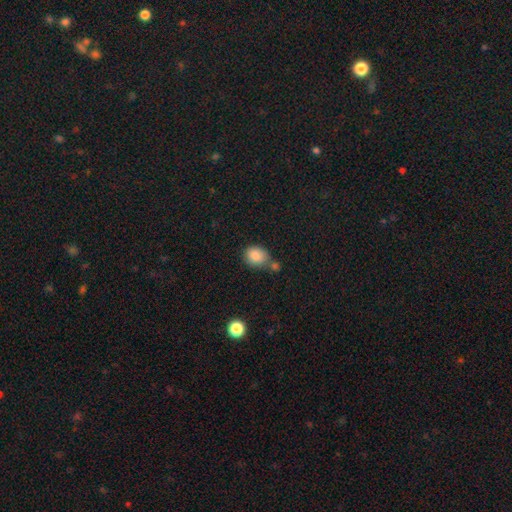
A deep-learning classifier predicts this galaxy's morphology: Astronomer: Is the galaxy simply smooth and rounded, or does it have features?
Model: smooth — 85%.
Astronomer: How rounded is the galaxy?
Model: round — 62%.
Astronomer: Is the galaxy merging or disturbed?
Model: none — 56%.